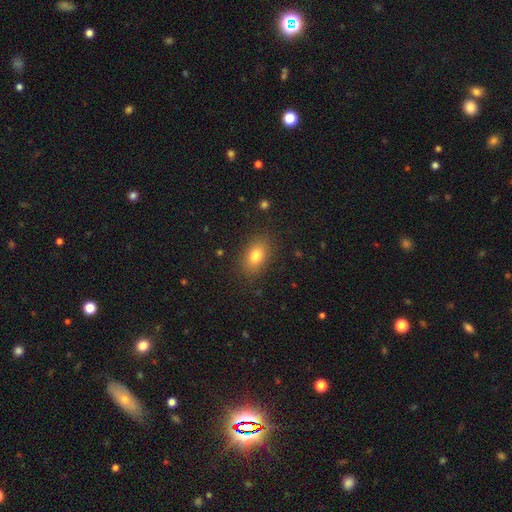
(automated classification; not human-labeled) Smooth or featured?
  - smooth: 81% *
  - star or artifact: 10%
  - featured or disk: 9%
How rounded?
  - in between: 85% *
  - round: 13%
  - cigar-shaped: 3%
Merging?
  - none: 86% *
  - minor disturbance: 10%
  - major disturbance: 3%
  - merger: 1%